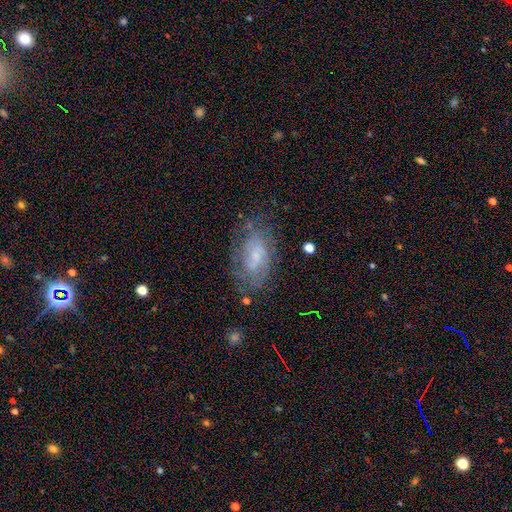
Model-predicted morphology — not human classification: A featured or disk galaxy (59%) with no bar (54%), spiral arms (72%) and a small central bulge (57%).

Vote fractions:
- Smooth or featured? featured or disk: 59% / smooth: 31% / star or artifact: 11%
- Edge-on disk? no: 94% / yes: 6%
- Bar? no: 54% / weak: 38% / strong: 8%
- Spiral arms? yes: 72% / no: 28%
- Bulge size? small: 57% / moderate: 25% / none: 13% / large: 4% / dominant: 1%
- Merging? none: 67% / minor disturbance: 21% / major disturbance: 10% / merger: 2%